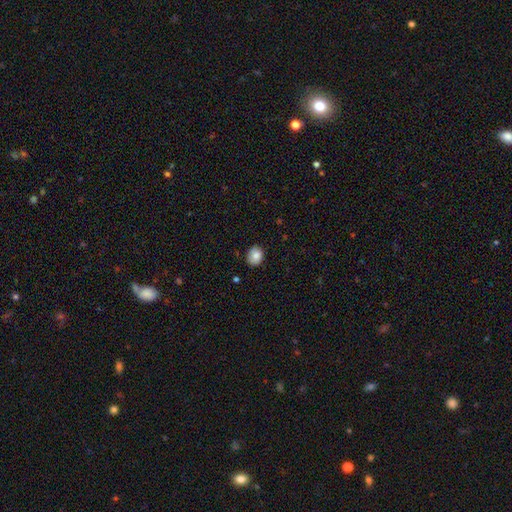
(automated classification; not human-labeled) The model was most divided on "how rounded": round: 56%, in between: 43%, cigar-shaped: 1%. More confident: smooth or featured — smooth (83%); merging — none (83%).